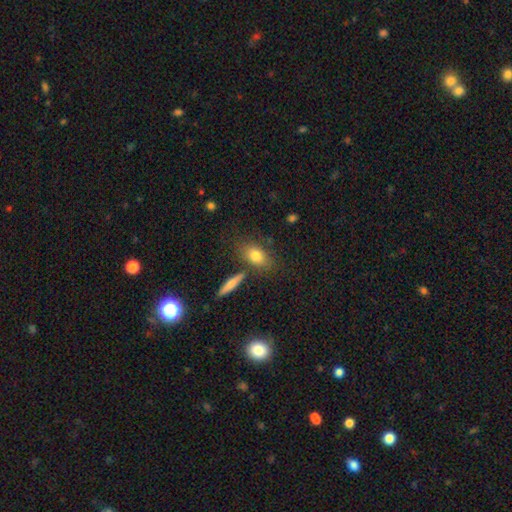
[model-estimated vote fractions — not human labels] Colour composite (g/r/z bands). It shows a smooth galaxy with no disk features (78%) that is in between round and cigar-shaped (76%). Merging: none (69%).